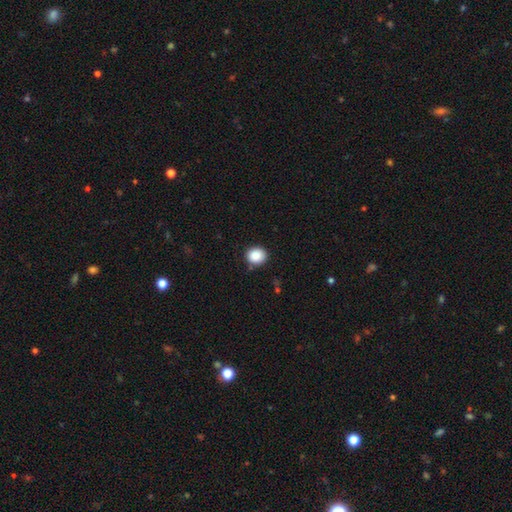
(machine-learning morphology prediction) This is clearly a smooth galaxy (88%). How rounded: likely round (79%). Merging: clearly none (87%).